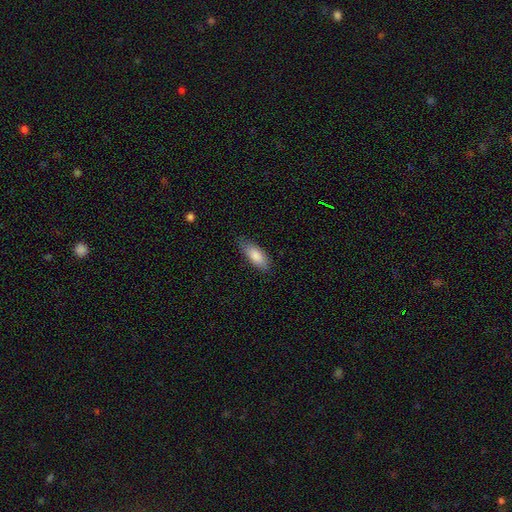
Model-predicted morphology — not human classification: smooth-or-featured: smooth: 84% | featured or disk: 10% | star or artifact: 6%
  how-rounded: in between: 77% | cigar-shaped: 21% | round: 2%
  merging: none: 76% | minor disturbance: 19% | major disturbance: 3% | merger: 1%